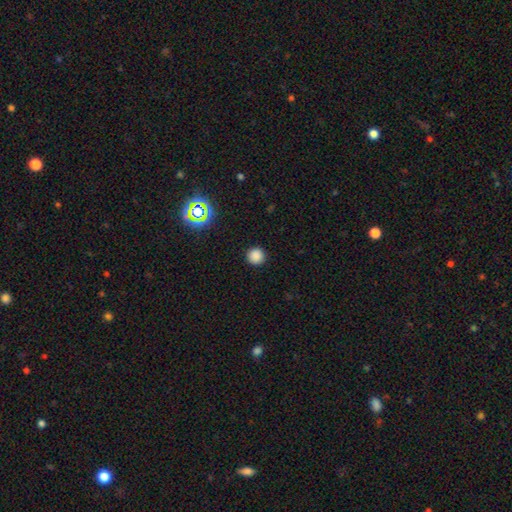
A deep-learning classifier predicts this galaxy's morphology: A smooth galaxy with no disk features (83%) that is round (95%).

Vote fractions:
- Smooth or featured? smooth: 83% / star or artifact: 14% / featured or disk: 3%
- How rounded? round: 95% / in between: 4% / cigar-shaped: 1%
- Merging? none: 92% / minor disturbance: 5% / major disturbance: 2% / merger: 1%